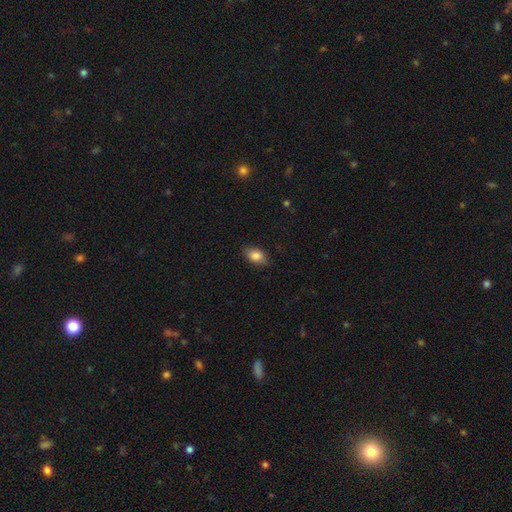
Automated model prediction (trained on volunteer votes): Smooth or featured? Predicted: smooth (p=0.84). How rounded? Predicted: in between (p=0.85). Merging? Predicted: none (p=0.84).